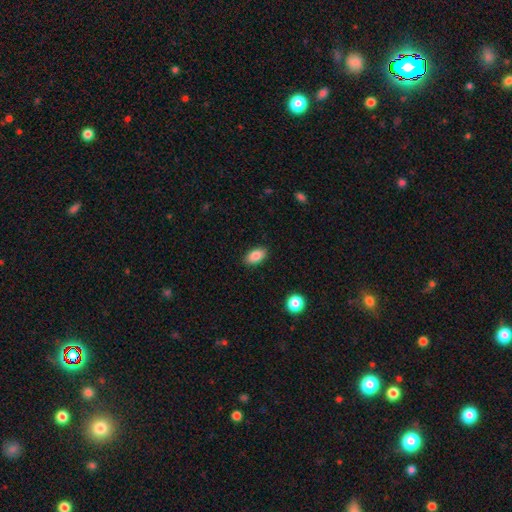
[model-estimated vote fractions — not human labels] Morphology: type=smooth (87%); roundness=in between (92%); merging=none (88%).